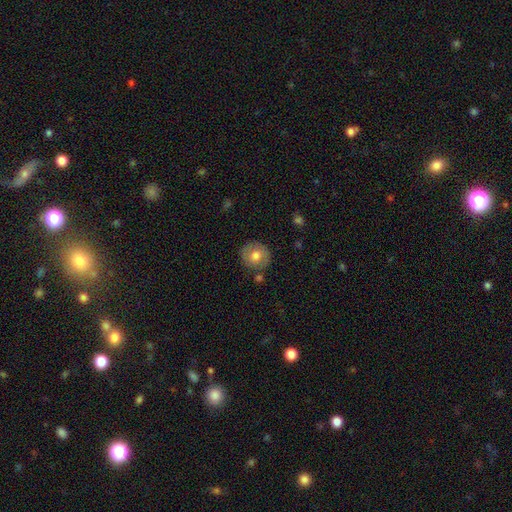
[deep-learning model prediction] A smooth galaxy with no disk features (66%) that is round (89%).

Vote fractions:
- Smooth or featured? smooth: 66% / featured or disk: 27% / star or artifact: 7%
- How rounded? round: 89% / in between: 10% / cigar-shaped: 1%
- Merging? none: 81% / minor disturbance: 12% / merger: 4% / major disturbance: 3%